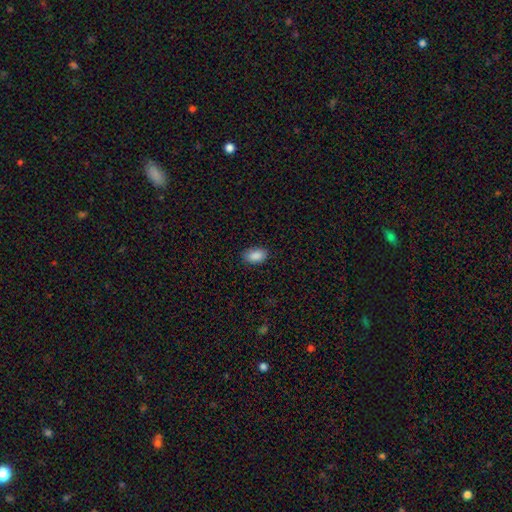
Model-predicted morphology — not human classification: smooth 89%, star or artifact 7%, featured or disk 4%. Down the decision tree: how rounded — in between (92%); merging — none (85%).